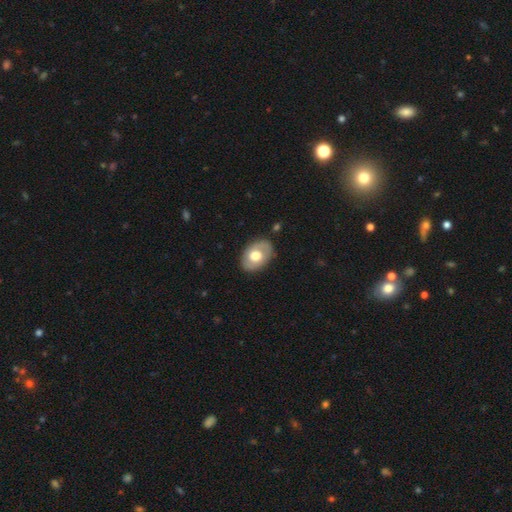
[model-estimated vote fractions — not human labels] A smooth galaxy with no disk features (53%) that is in between round and cigar-shaped (80%).

Vote fractions:
- Smooth or featured? smooth: 53% / featured or disk: 41% / star or artifact: 6%
- How rounded? in between: 80% / round: 19% / cigar-shaped: 1%
- Merging? none: 82% / minor disturbance: 13% / major disturbance: 3% / merger: 1%